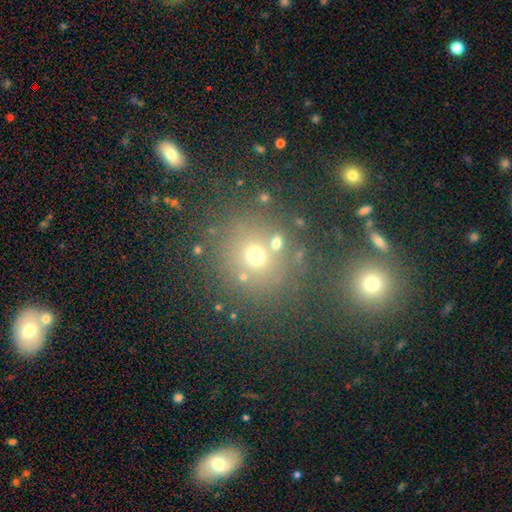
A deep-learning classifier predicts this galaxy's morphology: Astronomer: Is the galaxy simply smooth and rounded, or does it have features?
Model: smooth — 61%.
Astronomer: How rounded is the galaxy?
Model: round — 88%.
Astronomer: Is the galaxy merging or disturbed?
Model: none — 74%.